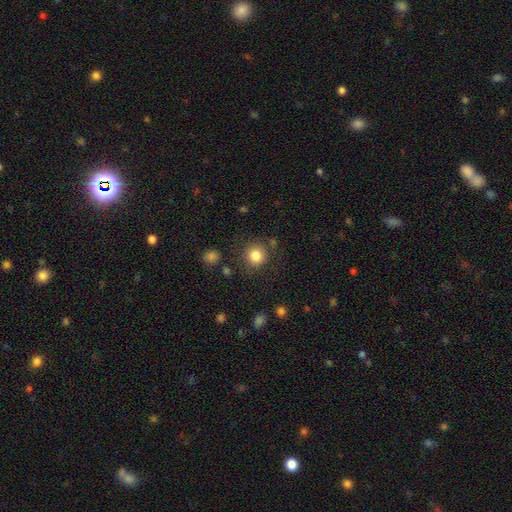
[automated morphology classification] A smooth galaxy with no disk features (83%) that is round (91%).

Vote fractions:
- Smooth or featured? smooth: 83% / star or artifact: 11% / featured or disk: 6%
- How rounded? round: 91% / in between: 8% / cigar-shaped: 1%
- Merging? none: 83% / minor disturbance: 9% / major disturbance: 4% / merger: 4%